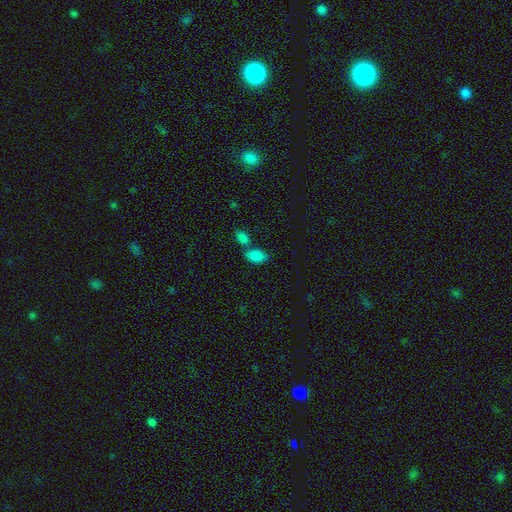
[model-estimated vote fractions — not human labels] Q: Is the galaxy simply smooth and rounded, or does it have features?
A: smooth — 85%.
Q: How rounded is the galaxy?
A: in between — 90%.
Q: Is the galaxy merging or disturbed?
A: none — 42%.